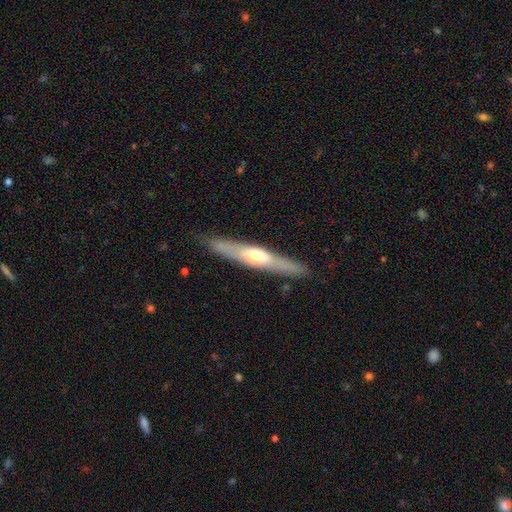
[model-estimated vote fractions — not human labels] The model was most divided on "smooth or featured": featured or disk: 59%, smooth: 35%, star or artifact: 6%. More confident: edge-on disk — yes (87%); merging — none (86%); edge-on bulge — rounded (80%).